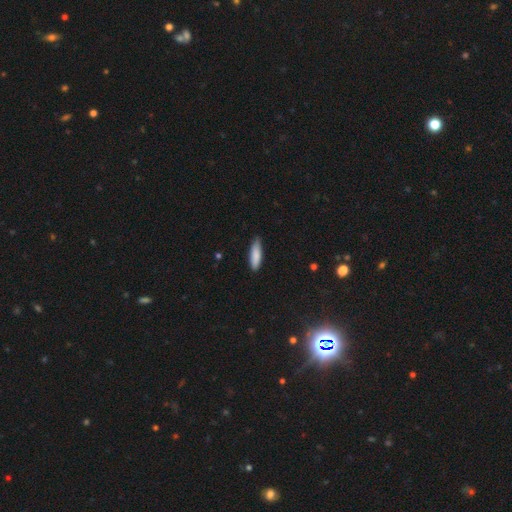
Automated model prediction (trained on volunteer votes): smooth 85%, featured or disk 9%, star or artifact 6%. Down the decision tree: how rounded — cigar-shaped (59%); merging — none (82%).